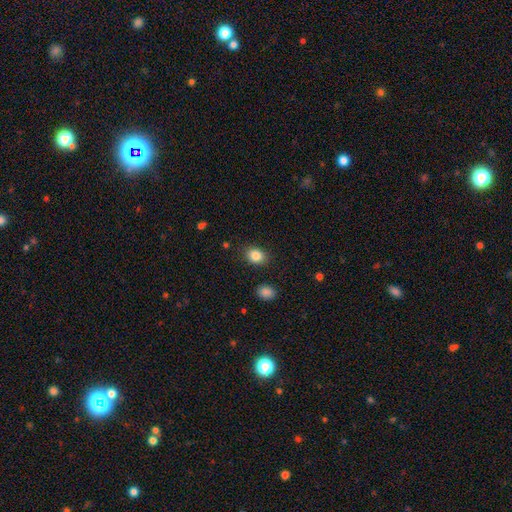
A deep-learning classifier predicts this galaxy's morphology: Smooth or featured: smooth — 85% (star or artifact — 9%)
How rounded: in between — 61% (round — 38%)
Merging: none — 86% (minor disturbance — 10%)